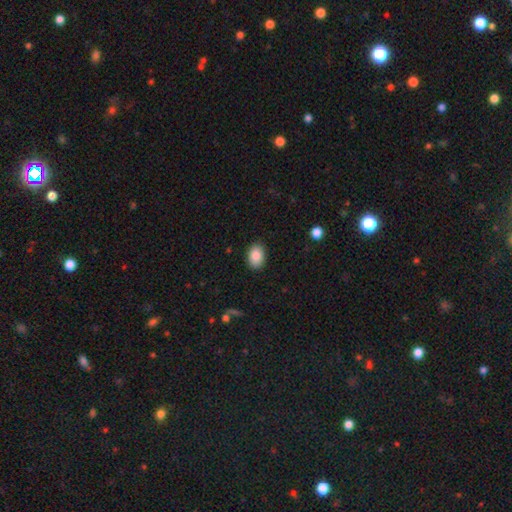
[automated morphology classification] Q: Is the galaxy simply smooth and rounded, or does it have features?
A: smooth — 88%.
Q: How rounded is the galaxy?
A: in between — 84%.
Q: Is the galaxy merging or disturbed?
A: none — 87%.